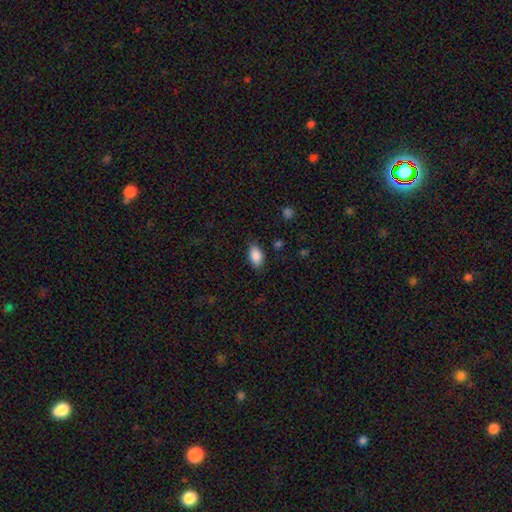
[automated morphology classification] A smooth galaxy with no disk features (89%) that is in between round and cigar-shaped (92%). Merging: none (80%).